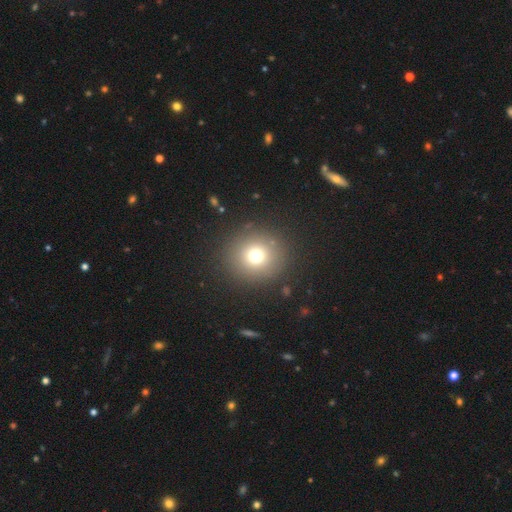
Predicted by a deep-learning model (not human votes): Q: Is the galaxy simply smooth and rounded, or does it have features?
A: smooth — 71%.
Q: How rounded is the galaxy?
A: round — 91%.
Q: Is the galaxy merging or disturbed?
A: none — 88%.